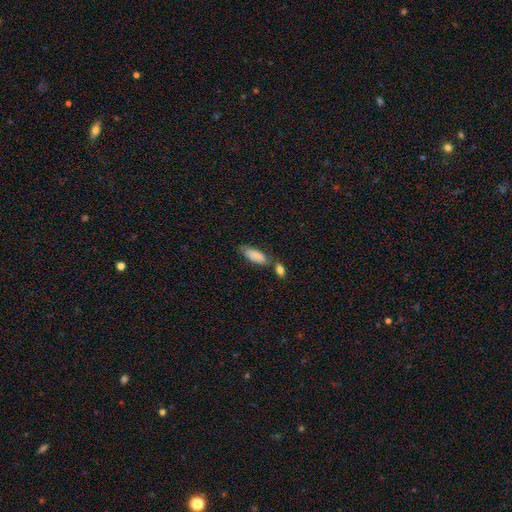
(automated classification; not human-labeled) Q: Smooth or featured?
A: smooth (79%); runner-up: featured or disk (15%)
Q: How rounded?
A: in between (76%); runner-up: cigar-shaped (22%)
Q: Merging?
A: none (51%); runner-up: merger (25%)